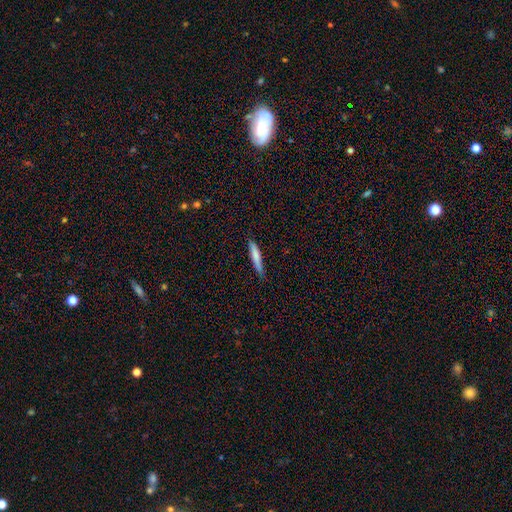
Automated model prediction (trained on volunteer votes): A smooth galaxy with no disk features (75%) that is cigar-shaped (90%).

Vote fractions:
- Smooth or featured? smooth: 75% / featured or disk: 19% / star or artifact: 6%
- How rounded? cigar-shaped: 90% / in between: 9% / round: 1%
- Merging? none: 79% / minor disturbance: 17% / major disturbance: 2% / merger: 1%